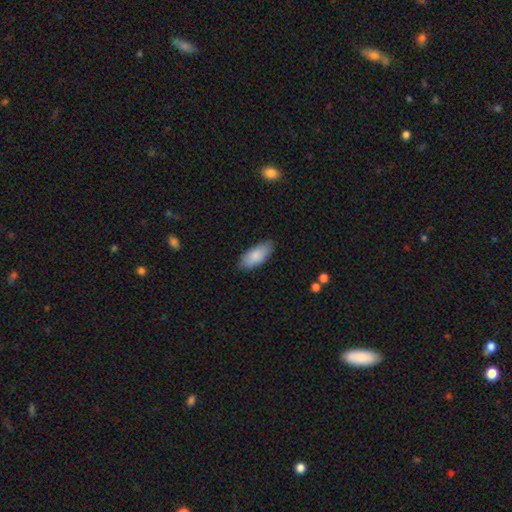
This appears to be a smooth galaxy with no disk features (78%) that is in between round and cigar-shaped (74%). Merging: none (58%).